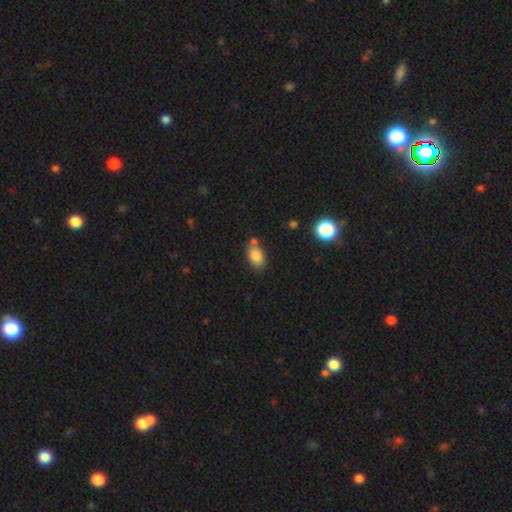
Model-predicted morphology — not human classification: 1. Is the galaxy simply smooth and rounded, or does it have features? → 84% smooth, 9% star or artifact, 7% featured or disk.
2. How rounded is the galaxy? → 84% in between, 14% round, 2% cigar-shaped.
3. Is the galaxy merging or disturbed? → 62% none, 17% merger, 16% minor disturbance, 4% major disturbance.